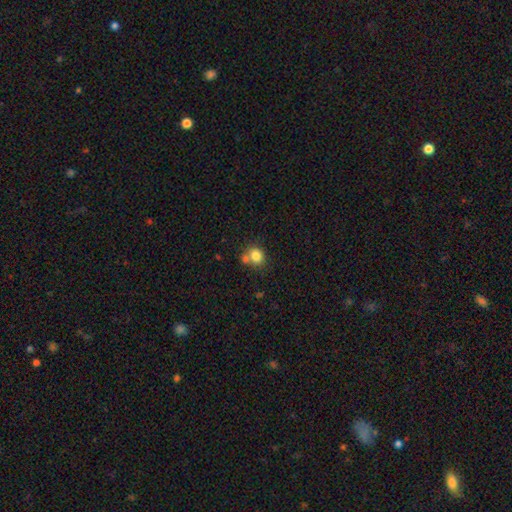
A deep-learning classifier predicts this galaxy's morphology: smooth-or-featured: smooth: 82% | star or artifact: 11% | featured or disk: 8%
  how-rounded: round: 73% | in between: 26% | cigar-shaped: 1%
  merging: none: 59% | merger: 25% | minor disturbance: 12% | major disturbance: 4%